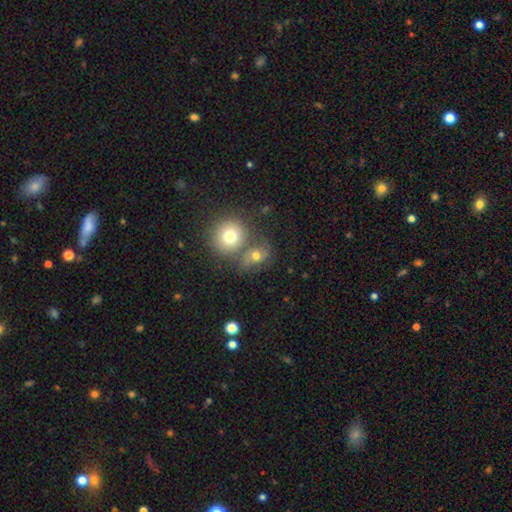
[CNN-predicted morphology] Smooth or featured?
  - smooth: 62% *
  - featured or disk: 25%
  - star or artifact: 14%
How rounded?
  - round: 66% *
  - in between: 33%
  - cigar-shaped: 1%
Merging?
  - none: 43% *
  - merger: 34%
  - minor disturbance: 14%
  - major disturbance: 8%